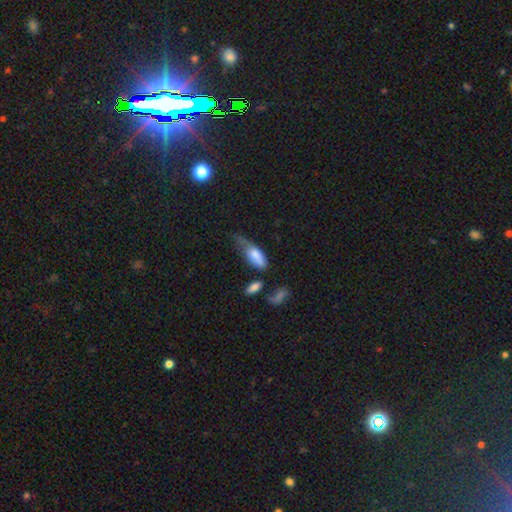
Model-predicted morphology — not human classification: smooth-or-featured: smooth: 75% | featured or disk: 18% | star or artifact: 7%
  how-rounded: in between: 74% | cigar-shaped: 23% | round: 3%
  merging: minor disturbance: 36% | major disturbance: 33% | none: 22% | merger: 9%